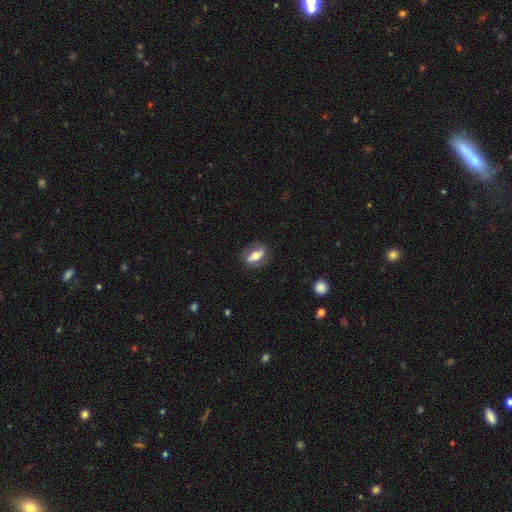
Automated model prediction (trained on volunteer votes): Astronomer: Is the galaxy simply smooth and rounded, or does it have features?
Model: featured or disk — 58% (runner-up: smooth, 36%).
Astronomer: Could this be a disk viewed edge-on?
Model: no — 81%.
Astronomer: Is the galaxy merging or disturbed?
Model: none — 78%.